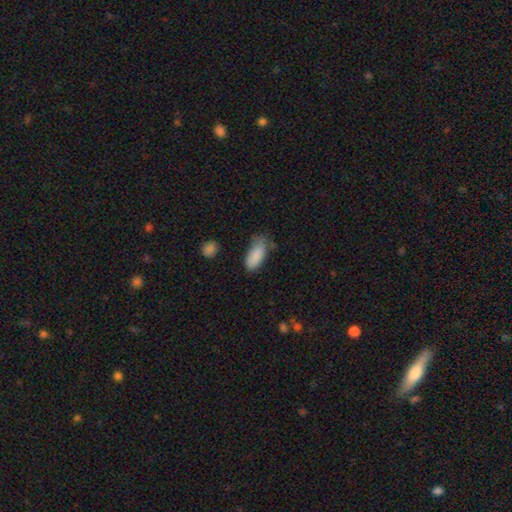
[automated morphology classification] A smooth galaxy with no disk features (86%) that is in between round and cigar-shaped (85%).

Vote fractions:
- Smooth or featured? smooth: 86% / star or artifact: 7% / featured or disk: 7%
- How rounded? in between: 85% / cigar-shaped: 12% / round: 2%
- Merging? none: 49% / minor disturbance: 36% / major disturbance: 12% / merger: 3%